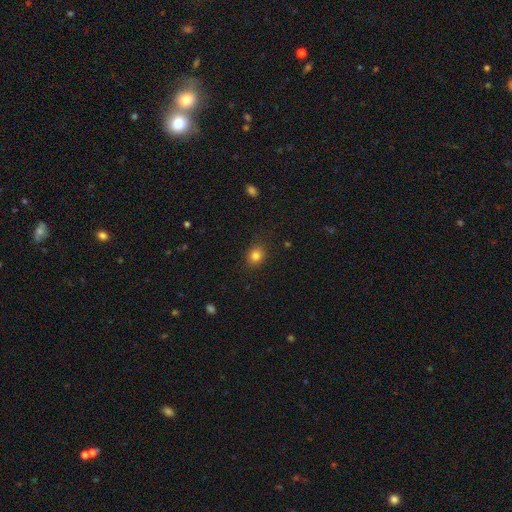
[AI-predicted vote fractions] Smooth or featured?
  - smooth: 83% *
  - star or artifact: 11%
  - featured or disk: 5%
How rounded?
  - round: 64% *
  - in between: 35%
  - cigar-shaped: 1%
Merging?
  - none: 86% *
  - minor disturbance: 10%
  - major disturbance: 3%
  - merger: 1%